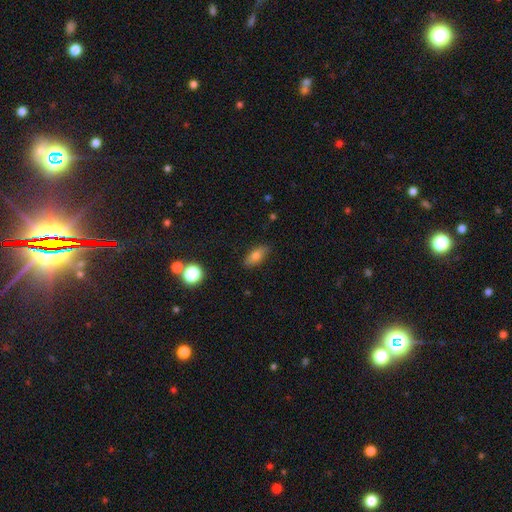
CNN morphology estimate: Smooth or featured: smooth — 75% (featured or disk — 15%)
How rounded: in between — 80% (cigar-shaped — 14%)
Merging: none — 85% (minor disturbance — 11%)